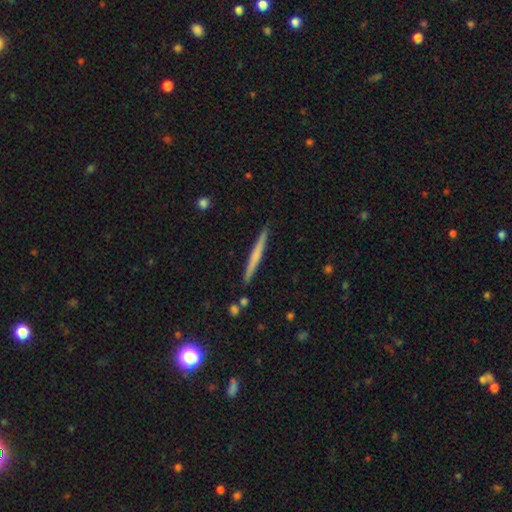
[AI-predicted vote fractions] A smooth galaxy with no disk features (50%). Merging: none (91%).